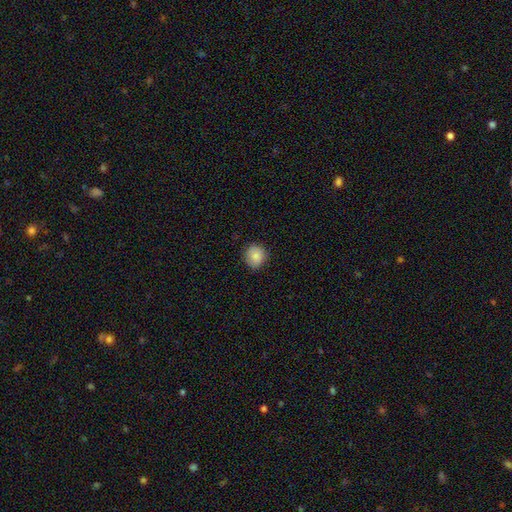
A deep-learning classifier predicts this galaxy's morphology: type=smooth (85%); roundness=round (85%); merging=none (83%).